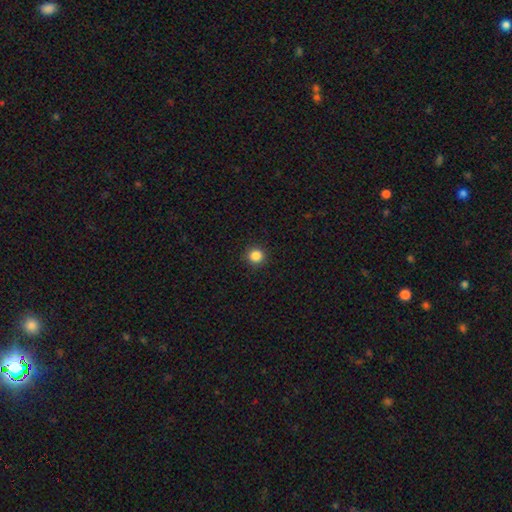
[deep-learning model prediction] Smooth or featured?
  - smooth: 85% *
  - star or artifact: 11%
  - featured or disk: 3%
How rounded?
  - round: 95% *
  - in between: 4%
  - cigar-shaped: 1%
Merging?
  - none: 92% *
  - minor disturbance: 5%
  - major disturbance: 2%
  - merger: 1%